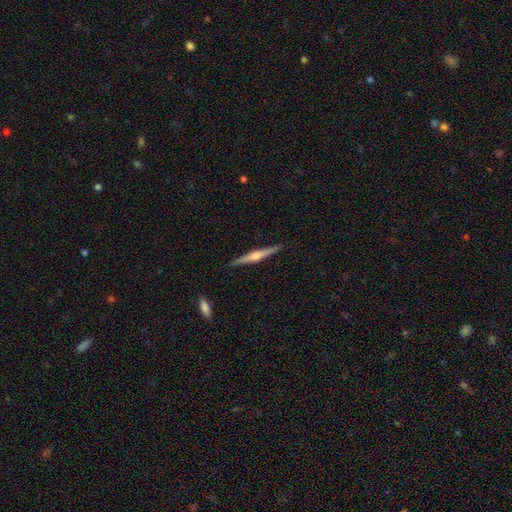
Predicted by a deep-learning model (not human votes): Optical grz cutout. It shows a featured or disk galaxy (76%) viewed edge-on (98%) with a rounded central bulge (88%). Merging: none (91%).